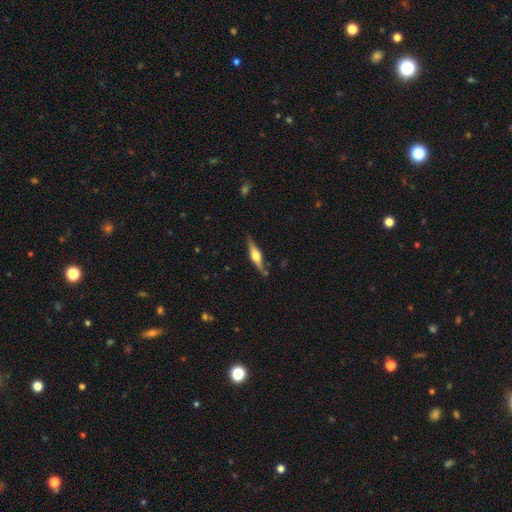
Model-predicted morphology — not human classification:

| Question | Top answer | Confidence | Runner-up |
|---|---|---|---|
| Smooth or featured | featured or disk | 66% | smooth (28%) |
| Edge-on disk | yes | 96% | no (4%) |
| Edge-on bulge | rounded | 90% | boxy (8%) |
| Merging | none | 82% | minor disturbance (13%) |